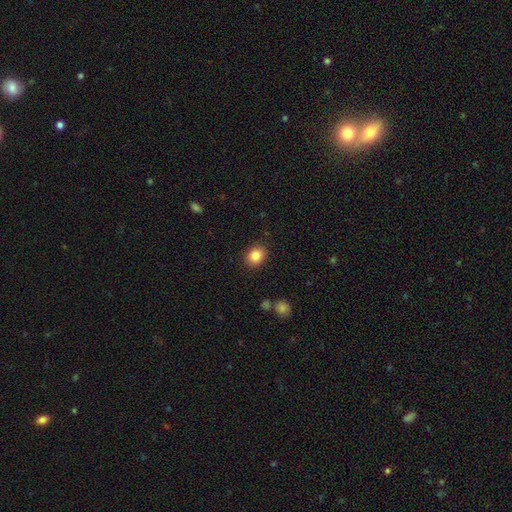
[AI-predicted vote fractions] Smooth or featured? Predicted: smooth (p=0.85). How rounded? Predicted: round (p=0.60). Merging? Predicted: none (p=0.89).